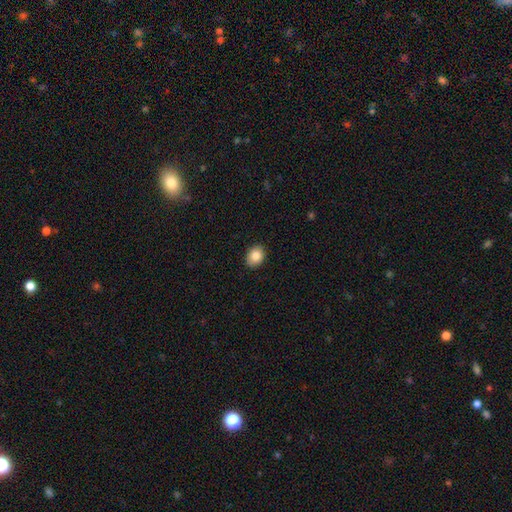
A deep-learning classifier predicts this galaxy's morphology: A smooth galaxy with no disk features (84%) that is in between round and cigar-shaped (61%).

Vote fractions:
- Smooth or featured? smooth: 84% / star or artifact: 8% / featured or disk: 8%
- How rounded? in between: 61% / round: 38% / cigar-shaped: 1%
- Merging? none: 88% / minor disturbance: 9% / major disturbance: 2% / merger: 1%